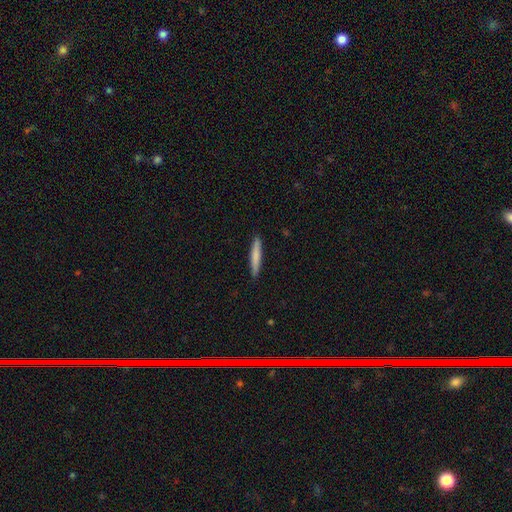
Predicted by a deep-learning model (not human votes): This appears to be a smooth galaxy with no disk features (76%) that is cigar-shaped (94%). Merging: none (90%).